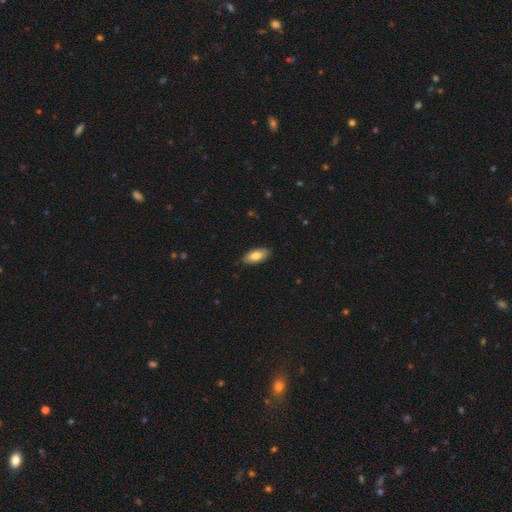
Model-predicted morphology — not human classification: Smooth or featured: smooth — 80% (featured or disk — 14%)
How rounded: in between — 86% (cigar-shaped — 11%)
Merging: none — 86% (minor disturbance — 11%)